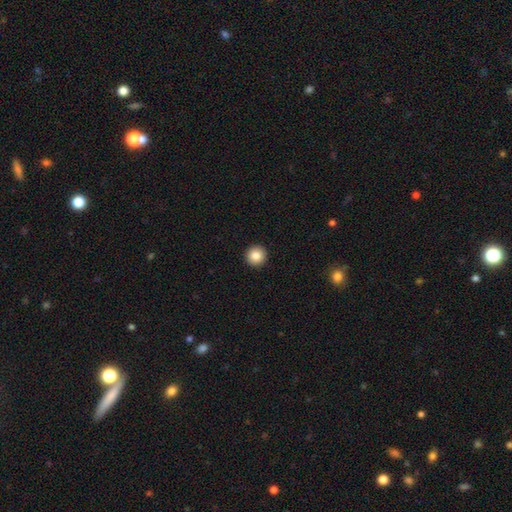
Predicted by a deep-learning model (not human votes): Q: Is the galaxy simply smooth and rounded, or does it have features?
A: smooth — 85%.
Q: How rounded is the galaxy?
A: round — 95%.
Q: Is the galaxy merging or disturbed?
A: none — 94%.